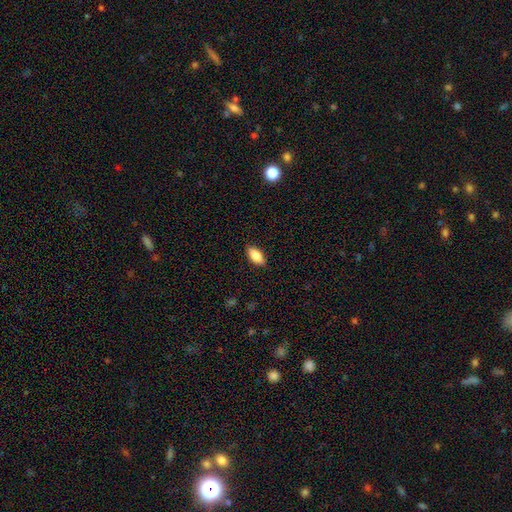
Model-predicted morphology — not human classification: type=smooth (85%); roundness=in between (89%); merging=none (88%).